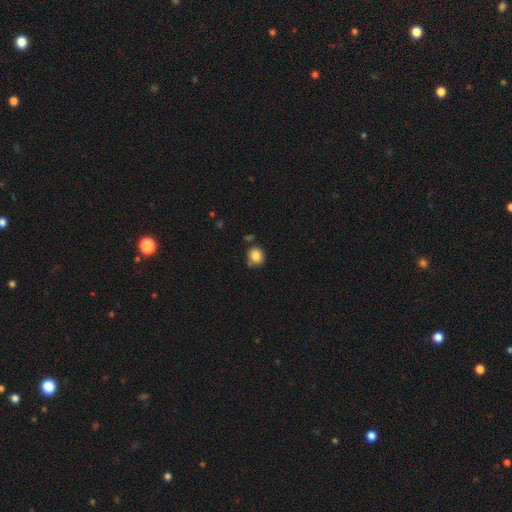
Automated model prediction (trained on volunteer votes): A smooth galaxy with no disk features (84%) that is round (76%). Merging: none (77%).